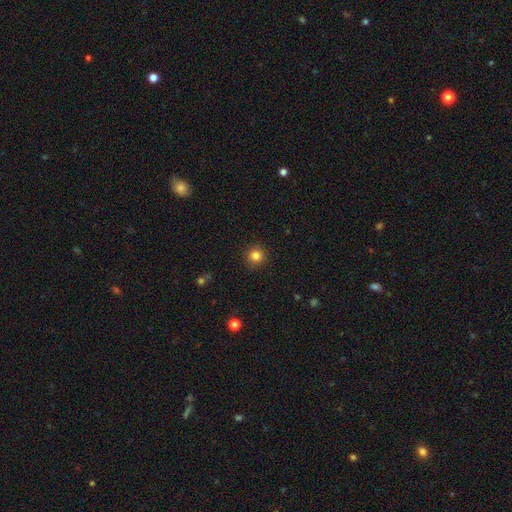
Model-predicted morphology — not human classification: smooth_or_featured: smooth (p=0.83) [alt: star or artifact p=0.12]
how_rounded: round (p=0.93) [alt: in between p=0.06]
merging: none (p=0.90) [alt: minor disturbance p=0.06]